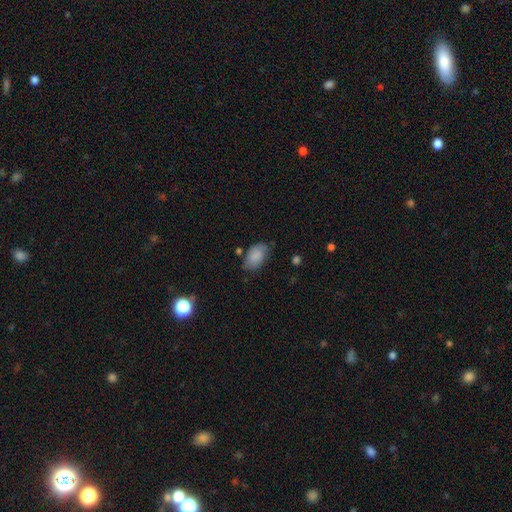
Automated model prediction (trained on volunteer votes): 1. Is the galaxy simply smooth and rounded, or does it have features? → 86% smooth, 7% star or artifact, 7% featured or disk.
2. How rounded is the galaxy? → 92% in between, 6% round, 2% cigar-shaped.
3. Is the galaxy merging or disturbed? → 66% none, 24% minor disturbance, 6% major disturbance, 4% merger.